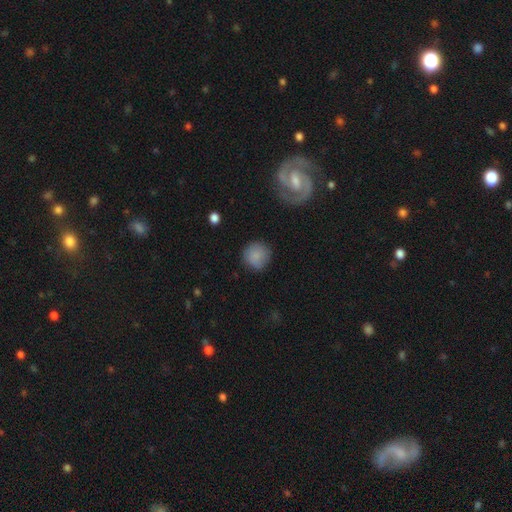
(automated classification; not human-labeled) This appears to be a smooth galaxy with no disk features (84%) that is round (92%). Merging: none (80%).